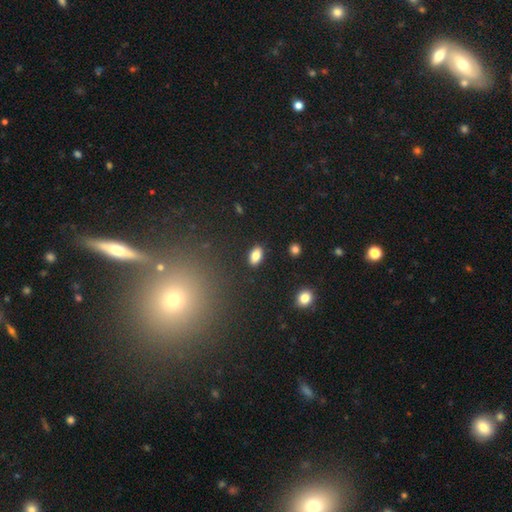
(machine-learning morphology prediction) Overall: smooth (83%). How rounded: in between (91%). Merging: none (87%).